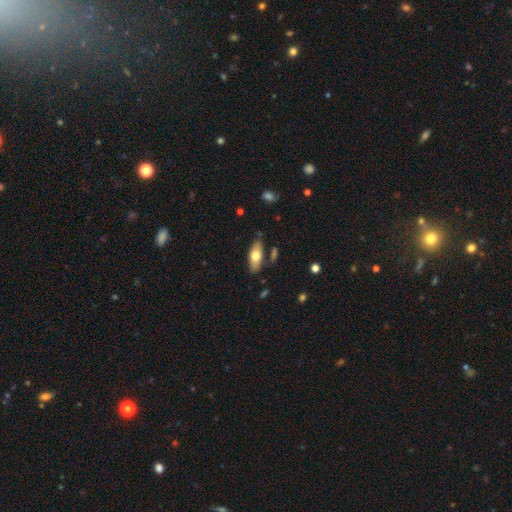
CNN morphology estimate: Overall: smooth (67%; featured or disk 27%). How rounded: in between (80%). Merging: none (79%).